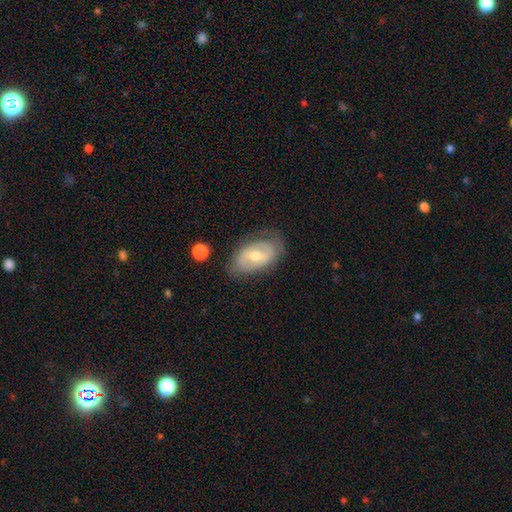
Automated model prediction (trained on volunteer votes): featured or disk 60%, smooth 33%, star or artifact 7%. Down the decision tree: edge-on disk — no (92%); bar — weak (43%); spiral arms — yes (57%); bulge size — moderate (61%); merging — none (70%).